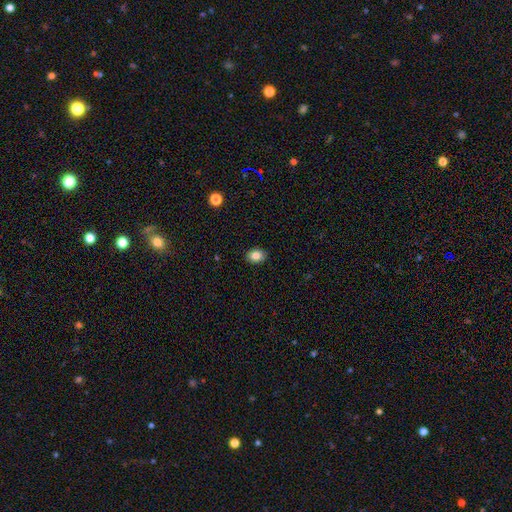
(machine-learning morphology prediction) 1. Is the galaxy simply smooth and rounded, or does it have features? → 83% smooth, 9% star or artifact, 8% featured or disk.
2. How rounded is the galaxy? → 69% in between, 30% round, 1% cigar-shaped.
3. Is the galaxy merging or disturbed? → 90% none, 8% minor disturbance, 2% major disturbance, 1% merger.